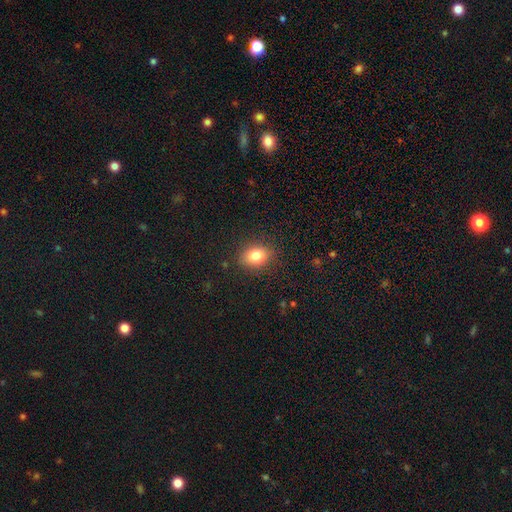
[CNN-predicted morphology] This is clearly a smooth galaxy (82%). How rounded: likely in between (65%). Merging: clearly none (86%).